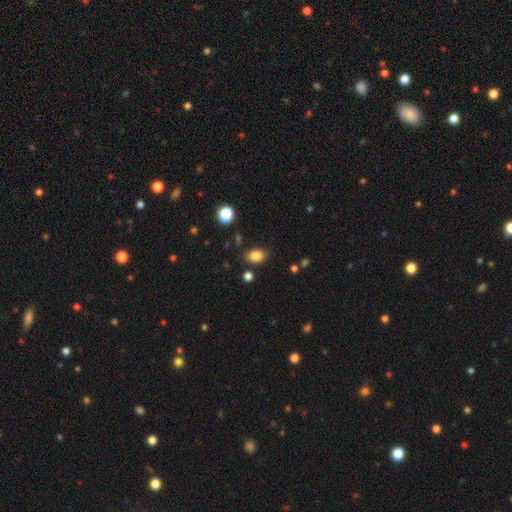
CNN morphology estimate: The model was most divided on "how rounded": in between: 80%, round: 19%, cigar-shaped: 1%. More confident: smooth or featured — smooth (85%); merging — none (81%).